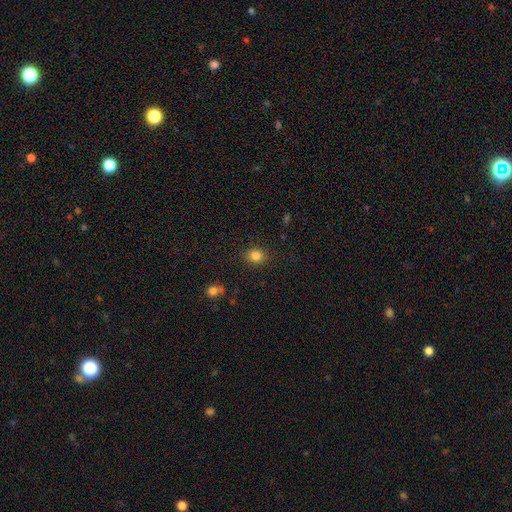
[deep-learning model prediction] This is clearly a smooth galaxy (83%). How rounded: possibly round (57%). Merging: clearly none (86%).